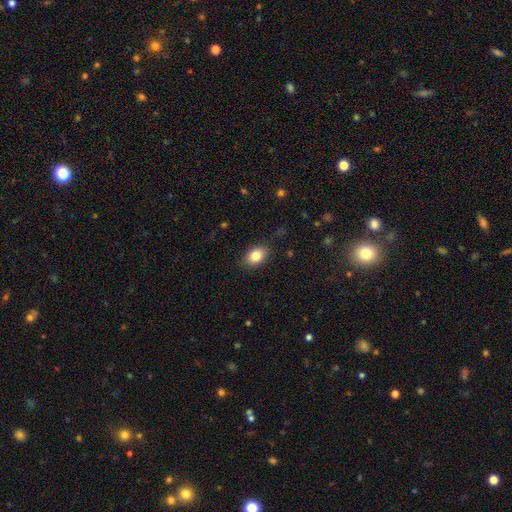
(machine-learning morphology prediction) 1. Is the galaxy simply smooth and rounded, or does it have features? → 83% smooth, 8% star or artifact, 8% featured or disk.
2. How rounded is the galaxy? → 80% in between, 19% round, 1% cigar-shaped.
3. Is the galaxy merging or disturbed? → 87% none, 10% minor disturbance, 2% major disturbance, 1% merger.